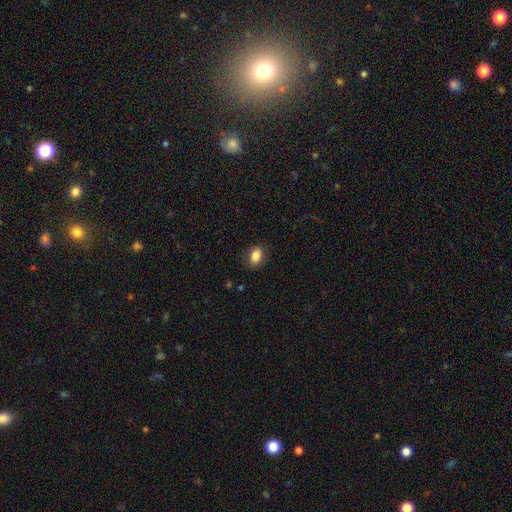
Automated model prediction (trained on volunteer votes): The model was most divided on "how rounded": in between: 68%, round: 31%, cigar-shaped: 1%. More confident: smooth or featured — smooth (84%); merging — none (81%).